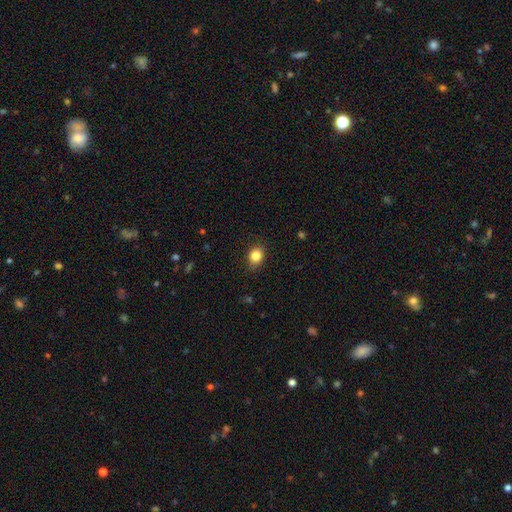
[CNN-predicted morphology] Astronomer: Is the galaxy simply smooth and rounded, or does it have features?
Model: smooth — 84%.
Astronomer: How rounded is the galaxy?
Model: in between — 51% (runner-up: round, 48%).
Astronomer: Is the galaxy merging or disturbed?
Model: none — 84%.